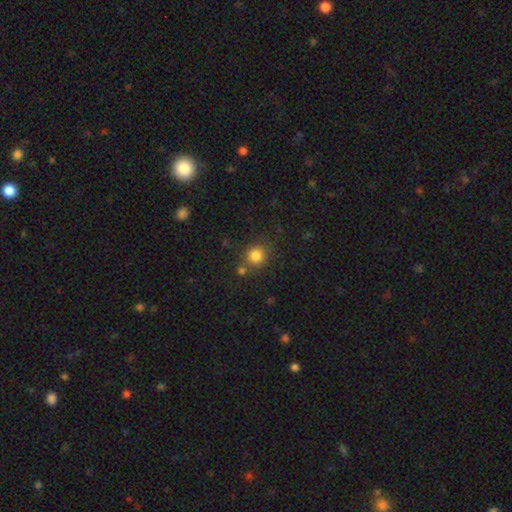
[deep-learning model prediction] smooth 83%, star or artifact 12%, featured or disk 5%. Down the decision tree: how rounded — round (89%); merging — none (75%).